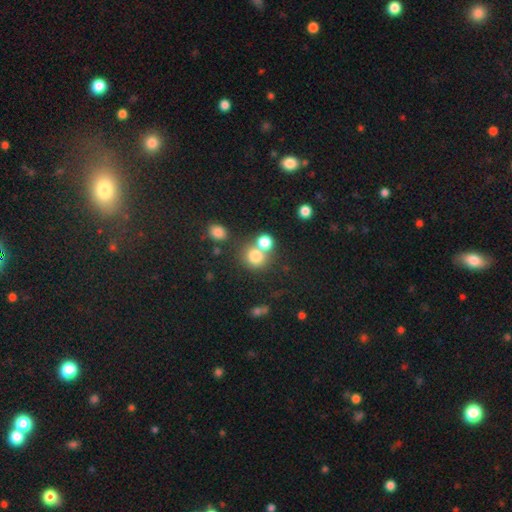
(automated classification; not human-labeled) Smooth or featured: smooth — 76% (star or artifact — 15%)
How rounded: round — 84% (in between — 15%)
Merging: none — 53% (merger — 35%)